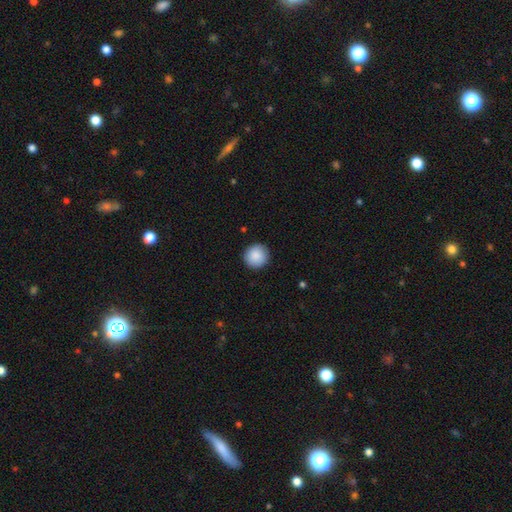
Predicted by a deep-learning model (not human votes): Morphology: type=smooth (89%); roundness=round (95%); merging=none (92%).